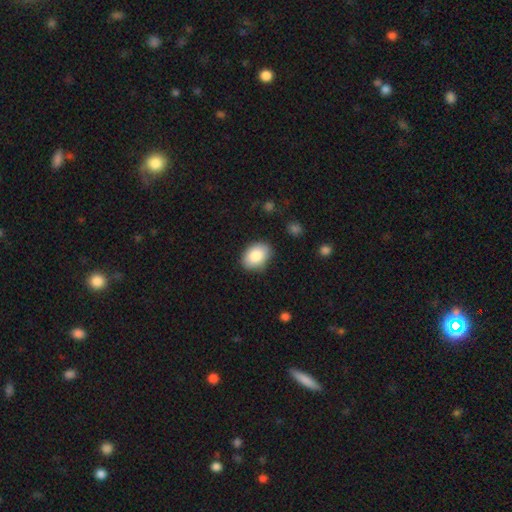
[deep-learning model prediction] This appears to be a smooth galaxy with no disk features (86%) that is in between round and cigar-shaped (80%). Merging: none (82%).